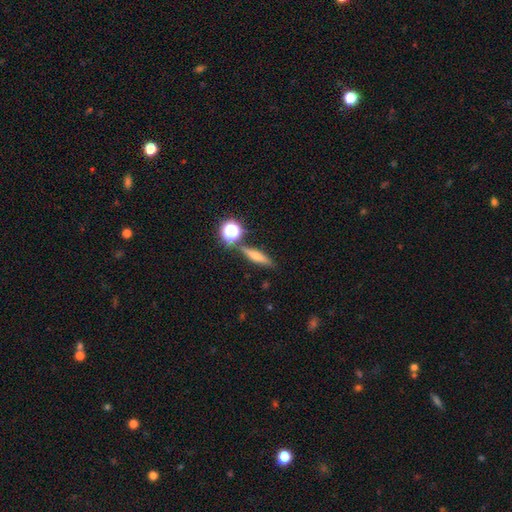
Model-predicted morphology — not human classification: This appears to be a smooth galaxy with no disk features (47%). Merging: none (79%).